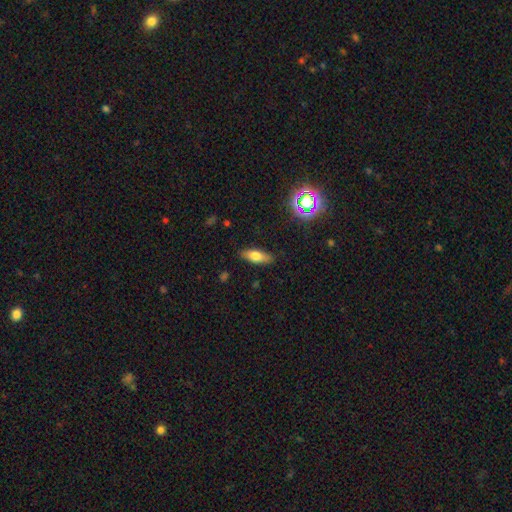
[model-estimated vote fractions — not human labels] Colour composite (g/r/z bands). It shows a smooth galaxy with no disk features (70%) that is in between round and cigar-shaped (70%). Merging: none (85%).